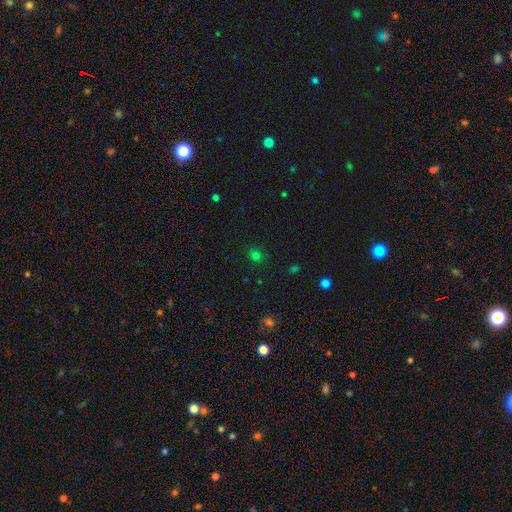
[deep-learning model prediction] Smooth or featured? Predicted: smooth (p=0.73). How rounded? Predicted: round (p=0.78). Merging? Predicted: none (p=0.86).